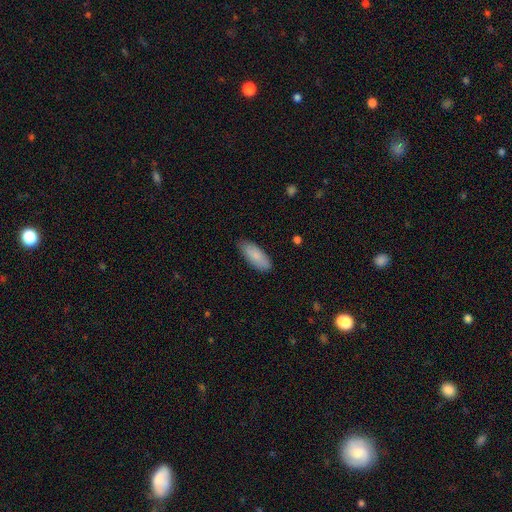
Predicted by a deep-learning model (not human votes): smooth 86%, featured or disk 9%, star or artifact 6%. Down the decision tree: how rounded — in between (80%); merging — none (82%).